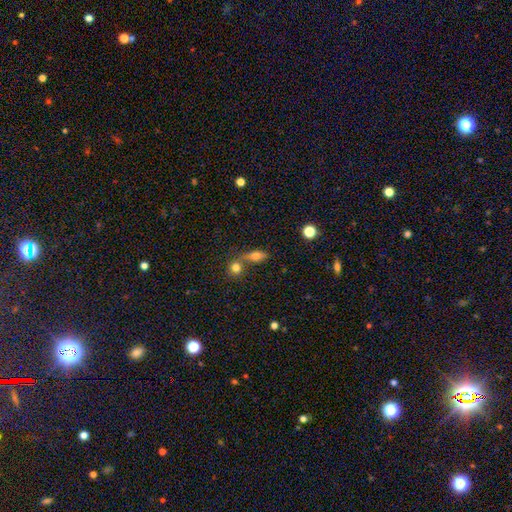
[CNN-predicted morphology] Smooth or featured? Predicted: smooth (p=0.74). How rounded? Predicted: in between (p=0.76). Merging? Predicted: none (p=0.51).